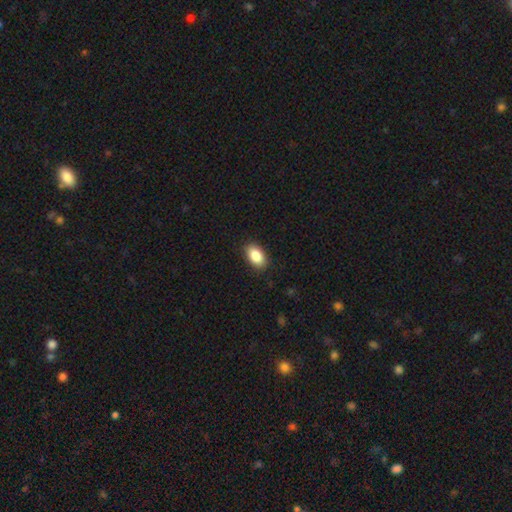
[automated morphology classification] Smooth or featured?
  - smooth: 88% *
  - star or artifact: 7%
  - featured or disk: 5%
How rounded?
  - in between: 92% *
  - round: 6%
  - cigar-shaped: 2%
Merging?
  - none: 88% *
  - minor disturbance: 9%
  - major disturbance: 2%
  - merger: 1%